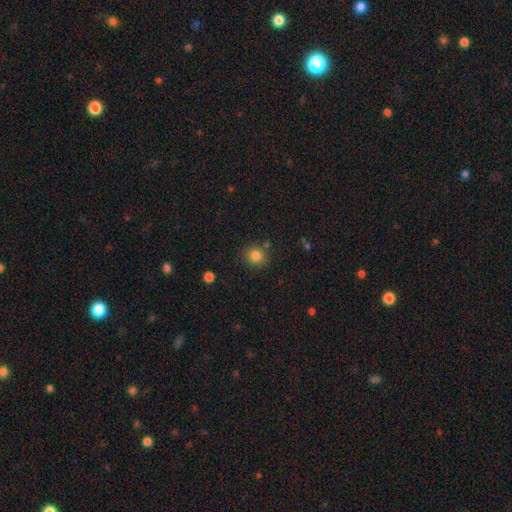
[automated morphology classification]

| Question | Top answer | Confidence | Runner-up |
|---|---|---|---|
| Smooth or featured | smooth | 82% | star or artifact (12%) |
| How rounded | round | 84% | in between (15%) |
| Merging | none | 83% | minor disturbance (9%) |